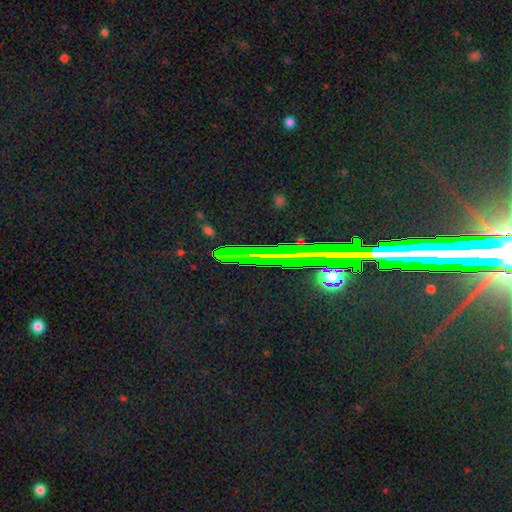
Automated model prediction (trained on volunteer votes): smooth-or-featured: star or artifact: 76% | smooth: 13% | featured or disk: 11%